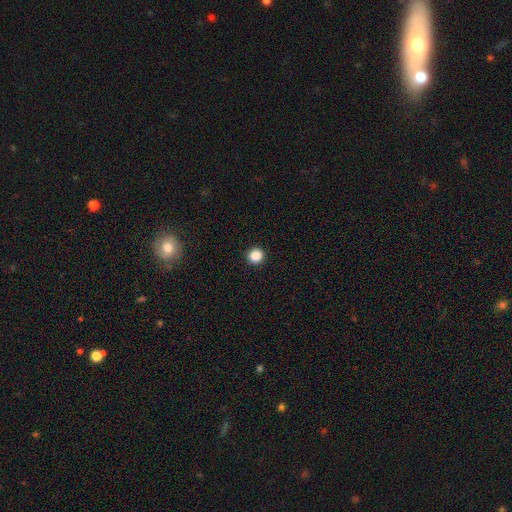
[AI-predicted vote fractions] This is clearly a smooth galaxy (87%). How rounded: clearly round (93%). Merging: clearly none (93%).